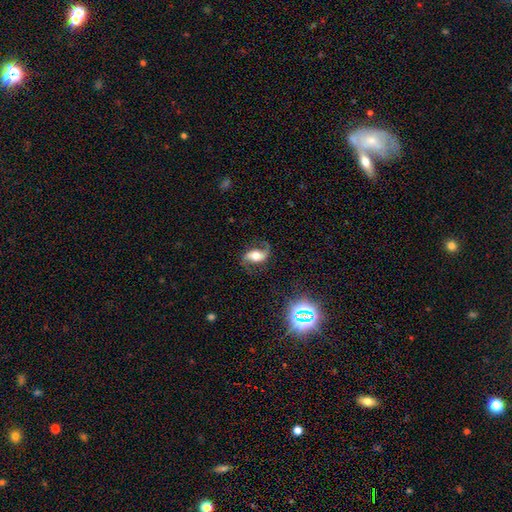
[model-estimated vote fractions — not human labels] smooth_or_featured: featured or disk (p=0.72) [alt: smooth p=0.18]
disk_edge_on: no (p=0.94) [alt: yes p=0.06]
bar: no (p=0.46) [alt: weak p=0.29]
has_spiral_arms: yes (p=0.92) [alt: no p=0.08]
spiral_winding: loose (p=0.67) [alt: medium p=0.26]
spiral_arm_count: 2 (p=0.91) [alt: 1 p=0.03]
bulge_size: moderate (p=0.59) [alt: large p=0.24]
merging: none (p=0.74) [alt: minor disturbance p=0.16]